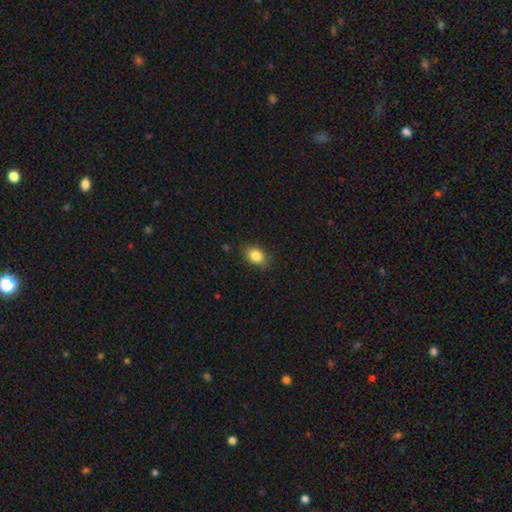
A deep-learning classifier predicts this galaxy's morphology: A smooth galaxy with no disk features (83%) that is in between round and cigar-shaped (64%).

Vote fractions:
- Smooth or featured? smooth: 83% / star or artifact: 10% / featured or disk: 7%
- How rounded? in between: 64% / round: 34% / cigar-shaped: 1%
- Merging? none: 83% / minor disturbance: 14% / major disturbance: 3% / merger: 1%